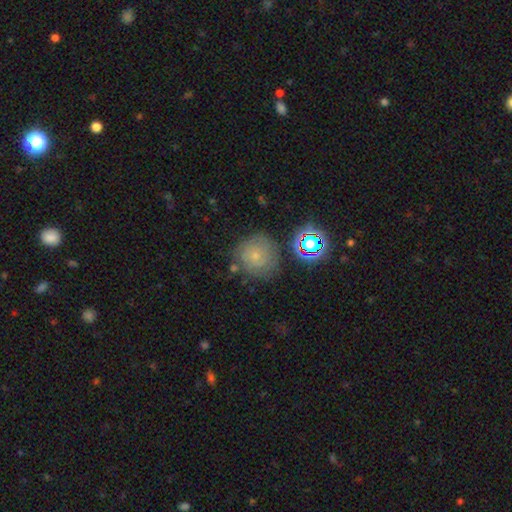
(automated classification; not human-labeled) The model was most divided on "smooth or featured": smooth: 52%, featured or disk: 28%, star or artifact: 20%. More confident: how rounded — round (90%); merging — none (70%).